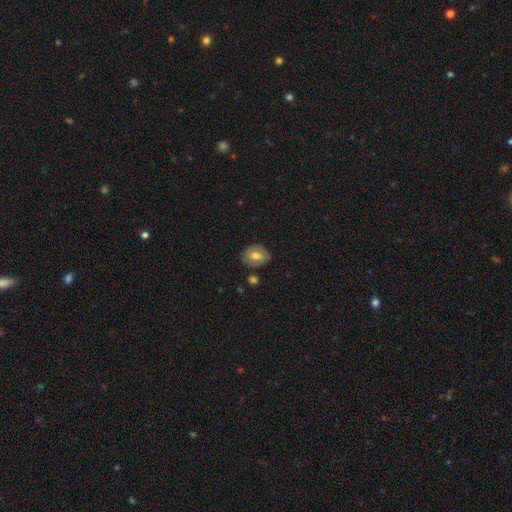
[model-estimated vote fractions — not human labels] Q: Smooth or featured?
A: smooth (61%); runner-up: featured or disk (31%)
Q: How rounded?
A: in between (64%); runner-up: round (34%)
Q: Merging?
A: none (76%); runner-up: minor disturbance (17%)